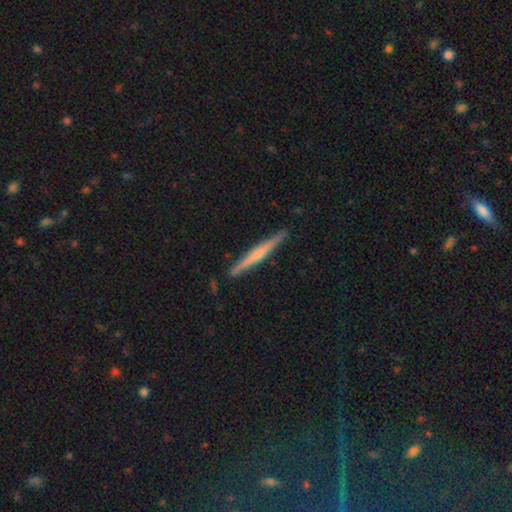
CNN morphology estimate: A featured or disk galaxy (60%) viewed edge-on (98%) with no central bulge (43%, tied with rounded).

Vote fractions:
- Smooth or featured? featured or disk: 60% / smooth: 34% / star or artifact: 6%
- Edge-on disk? yes: 98% / no: 2%
- Edge-on bulge? none: 43% (tied) / rounded: 43% (tied) / boxy: 14%
- Merging? none: 90% / minor disturbance: 7% / major disturbance: 1% / merger: 1%